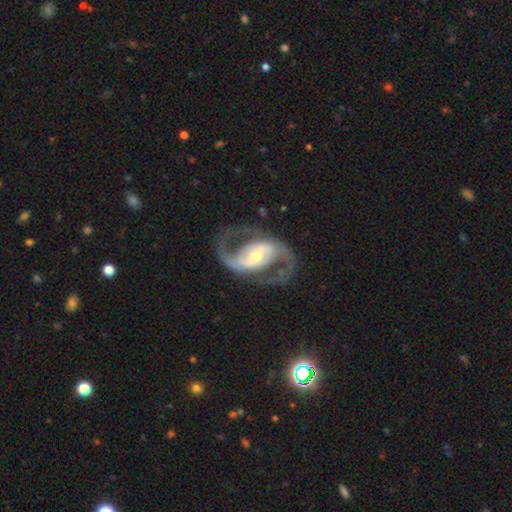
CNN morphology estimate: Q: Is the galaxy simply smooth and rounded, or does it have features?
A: featured or disk — 91%.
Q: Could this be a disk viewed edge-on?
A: no — 97%.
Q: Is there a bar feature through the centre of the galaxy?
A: strong — 44%.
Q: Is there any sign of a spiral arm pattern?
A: yes — 94%.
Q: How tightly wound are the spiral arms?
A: medium — 57%.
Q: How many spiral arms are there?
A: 2 — 93%.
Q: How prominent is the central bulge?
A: moderate — 56%.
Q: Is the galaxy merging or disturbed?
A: none — 79%.